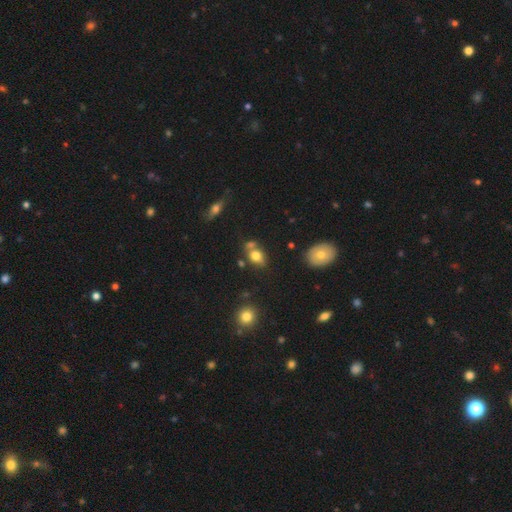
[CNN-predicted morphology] smooth-or-featured: smooth: 76% | featured or disk: 13% | star or artifact: 11%
  how-rounded: in between: 69% | round: 29% | cigar-shaped: 2%
  merging: none: 52% | merger: 29% | minor disturbance: 14% | major disturbance: 5%